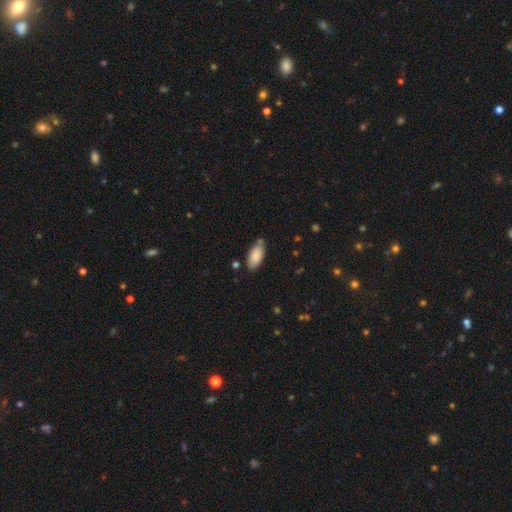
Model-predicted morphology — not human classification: The model was most divided on "merging": none: 73%, minor disturbance: 19%, merger: 6%, major disturbance: 3%. More confident: how rounded — in between (88%); smooth or featured — smooth (86%).